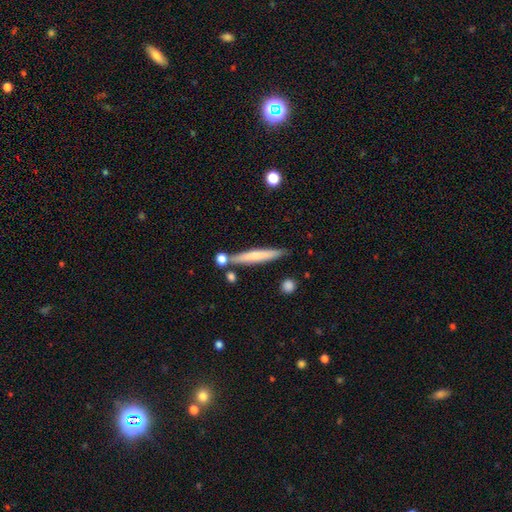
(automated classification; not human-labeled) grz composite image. It shows a smooth galaxy with no disk features (58%) that is cigar-shaped (95%). Merging: none (80%).